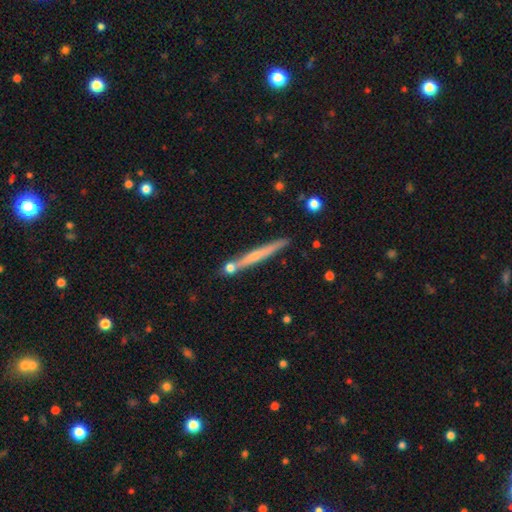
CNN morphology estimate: type=featured or disk (52%); edge-on=yes (96%); merging=none (80%).